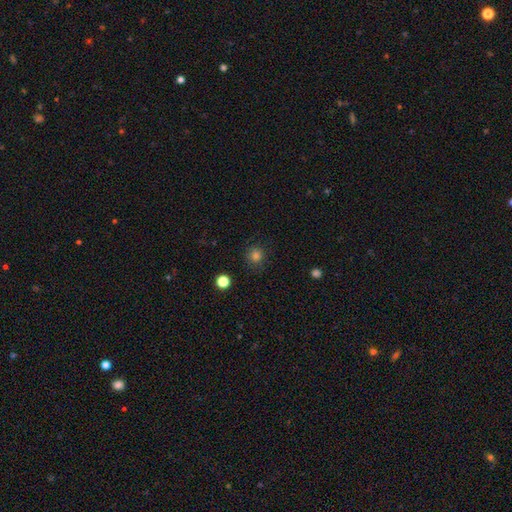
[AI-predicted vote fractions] smooth 81%, star or artifact 14%, featured or disk 4%. Down the decision tree: how rounded — round (92%); merging — none (87%).